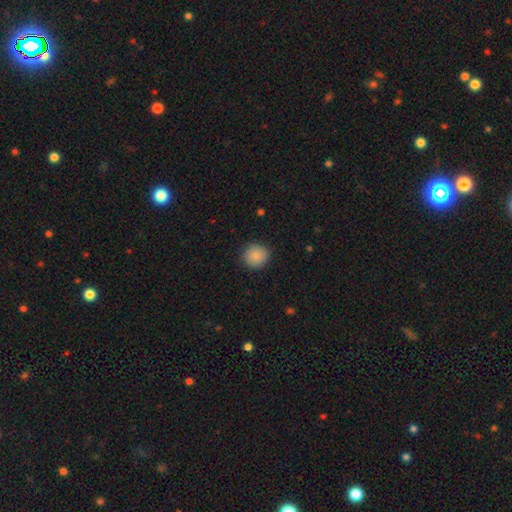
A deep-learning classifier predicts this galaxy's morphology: This appears to be a smooth galaxy with no disk features (88%) that is round (90%). Merging: none (88%).